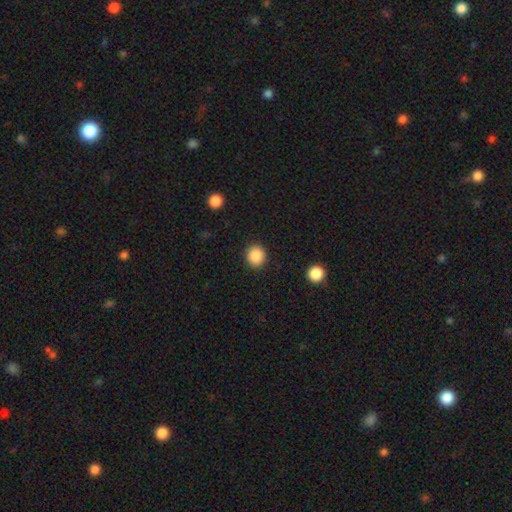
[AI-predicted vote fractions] Morphology: type=smooth (88%); roundness=round (89%); merging=none (91%).